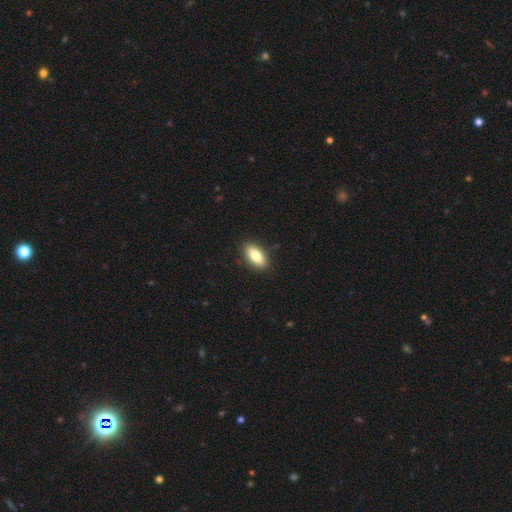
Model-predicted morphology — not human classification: This is likely a smooth galaxy (80%). How rounded: clearly in between (87%). Merging: clearly none (88%).